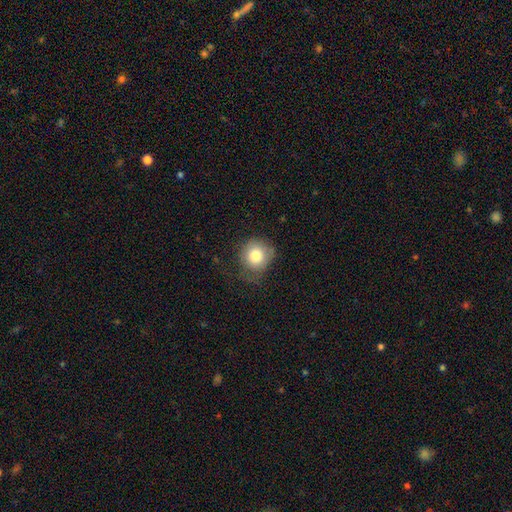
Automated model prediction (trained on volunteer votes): This is likely a smooth galaxy (80%). How rounded: clearly round (86%). Merging: possibly none (58%).